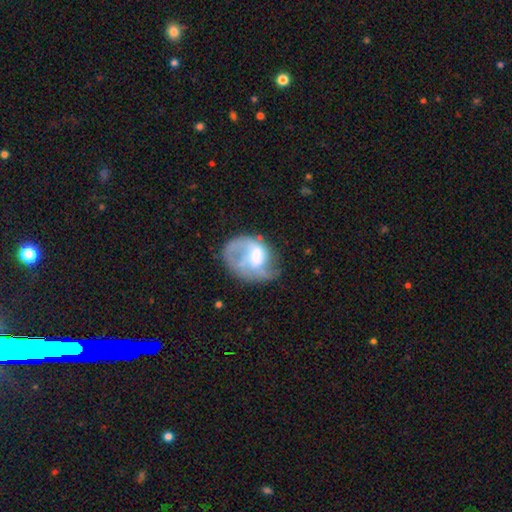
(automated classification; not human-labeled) A featured or disk galaxy (59%) with no bar (52%), spiral arms (66%) and a moderate central bulge (41%). Merging: major disturbance (36%, tied with none).